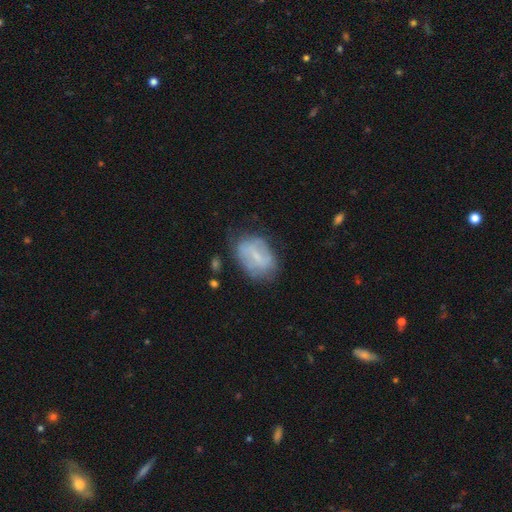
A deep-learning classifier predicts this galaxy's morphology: Smooth or featured?
  - featured or disk: 47% *
  - smooth: 44%
  - star or artifact: 9%
Merging?
  - none: 61% *
  - minor disturbance: 25%
  - major disturbance: 11%
  - merger: 3%